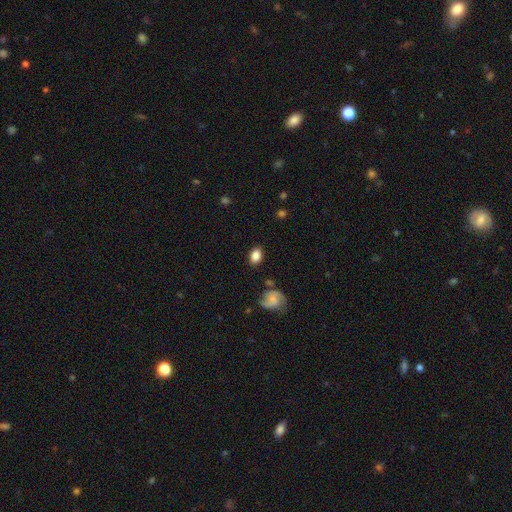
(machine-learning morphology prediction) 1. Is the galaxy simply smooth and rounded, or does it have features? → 82% smooth, 11% featured or disk, 8% star or artifact.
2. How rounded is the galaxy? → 77% in between, 21% round, 1% cigar-shaped.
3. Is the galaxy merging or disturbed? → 81% none, 13% minor disturbance, 4% major disturbance, 3% merger.